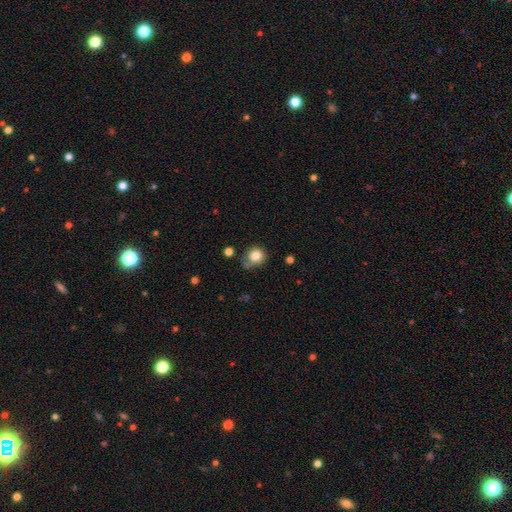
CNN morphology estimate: Smooth or featured?
  - smooth: 81% *
  - star or artifact: 10%
  - featured or disk: 9%
How rounded?
  - round: 74% *
  - in between: 25%
  - cigar-shaped: 1%
Merging?
  - none: 54% *
  - minor disturbance: 28%
  - major disturbance: 10%
  - merger: 8%